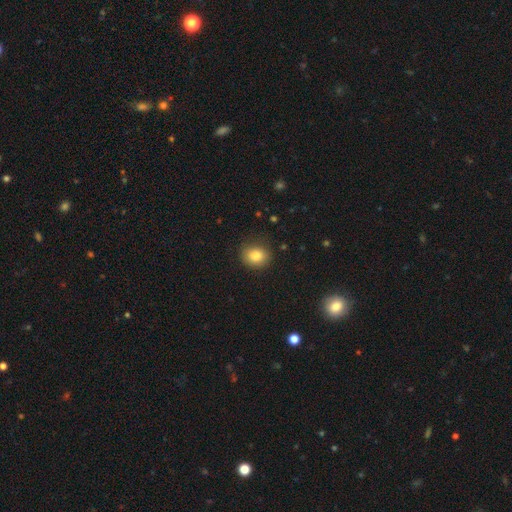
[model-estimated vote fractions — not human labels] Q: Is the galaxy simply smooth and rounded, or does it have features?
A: smooth — 83%.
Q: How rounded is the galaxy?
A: round — 62%.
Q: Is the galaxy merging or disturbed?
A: none — 84%.